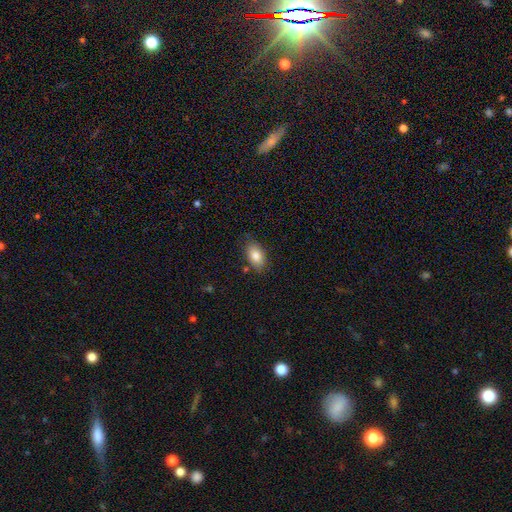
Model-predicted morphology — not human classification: This is clearly a smooth galaxy (83%). How rounded: clearly in between (91%). Merging: likely none (80%).